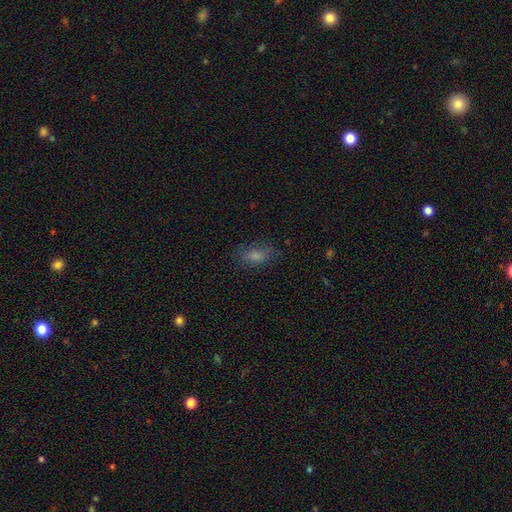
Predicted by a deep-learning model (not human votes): A smooth galaxy with no disk features (80%) that is in between round and cigar-shaped (86%). Merging: none (78%).